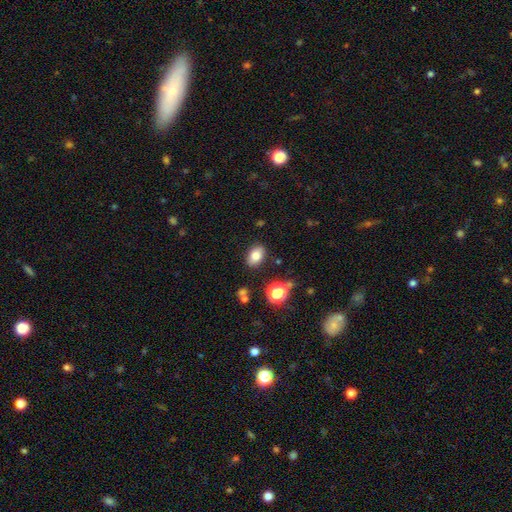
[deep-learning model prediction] Smooth or featured? Predicted: smooth (p=0.79). How rounded? Predicted: in between (p=0.84). Merging? Predicted: none (p=0.85).